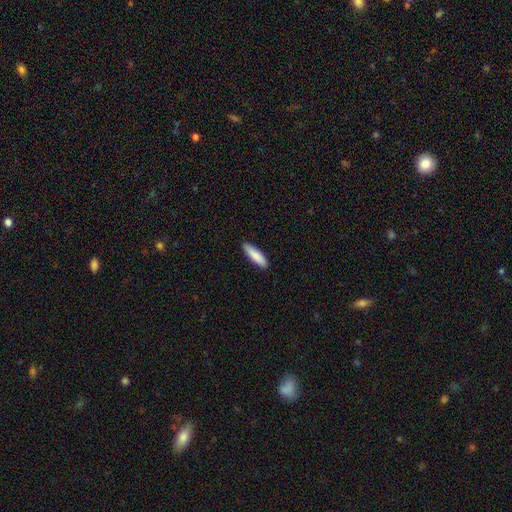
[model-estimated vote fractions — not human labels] A smooth galaxy with no disk features (87%) that is cigar-shaped (69%). Merging: none (90%).